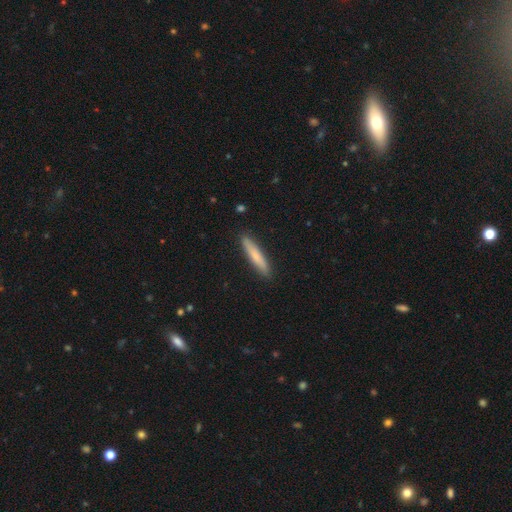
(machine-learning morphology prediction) smooth-or-featured: smooth: 72% | featured or disk: 23% | star or artifact: 5%
  how-rounded: cigar-shaped: 92% | in between: 6% | round: 1%
  merging: none: 90% | minor disturbance: 7% | major disturbance: 1% | merger: 1%